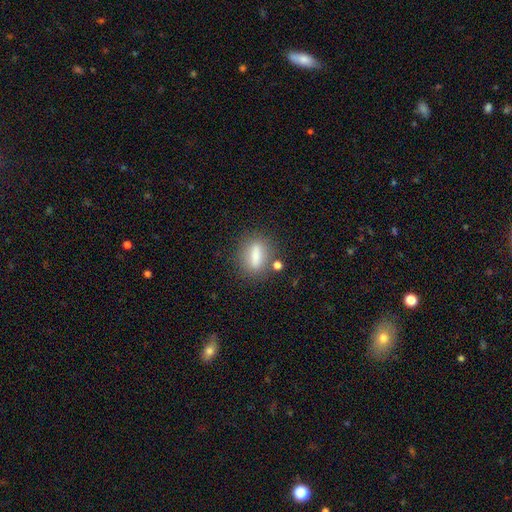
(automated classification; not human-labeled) This appears to be a smooth galaxy with no disk features (72%) that is in between round and cigar-shaped (50%). Merging: none (76%).